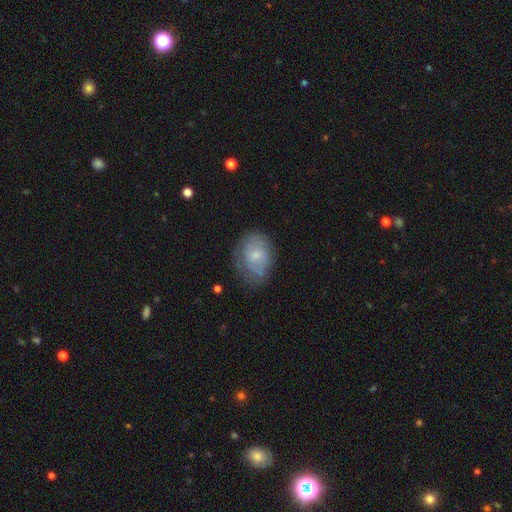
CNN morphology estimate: Smooth or featured? smooth (57%)
How rounded? in between (64%)
Merging? none (55%)